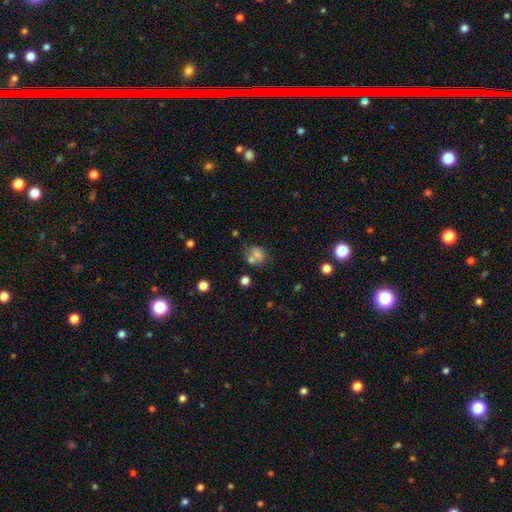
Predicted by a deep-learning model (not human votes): Smooth or featured? smooth (69%)
How rounded? round (65%)
Merging? none (46%)